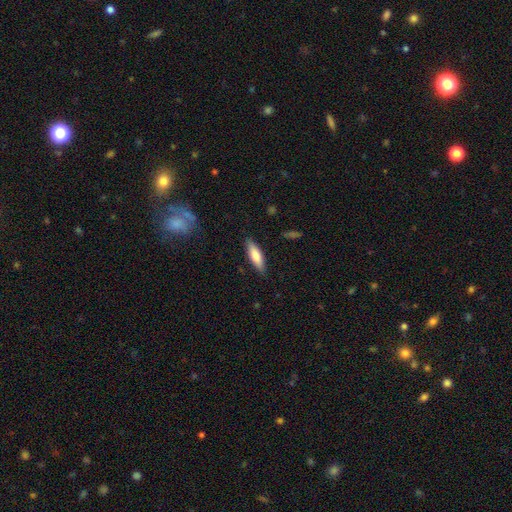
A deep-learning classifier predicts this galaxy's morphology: This appears to be a smooth galaxy with no disk features (75%) that is cigar-shaped (57%). Merging: none (86%).